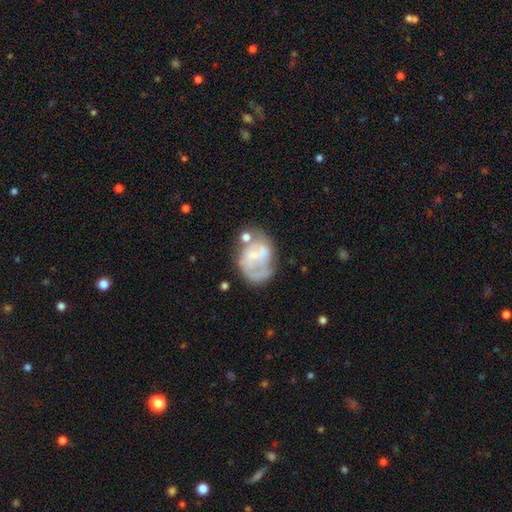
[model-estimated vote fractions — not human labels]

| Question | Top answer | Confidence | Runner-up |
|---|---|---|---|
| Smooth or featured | featured or disk | 61% | smooth (31%) |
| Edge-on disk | no | 98% | yes (2%) |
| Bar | no | 58% | weak (32%) |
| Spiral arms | yes | 54% | no (46%) |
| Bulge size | none | 39% | small (33%) |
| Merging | none | 38% | major disturbance (24%) |